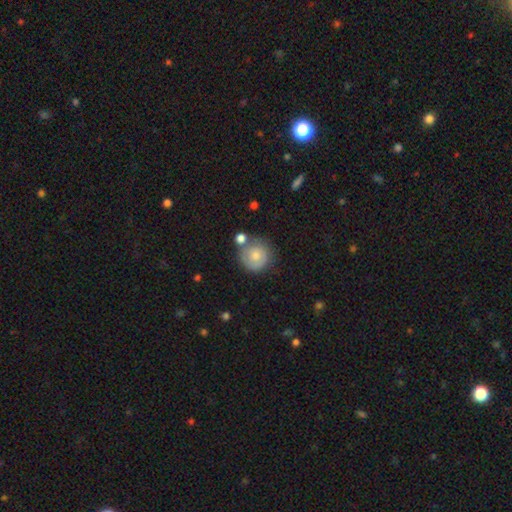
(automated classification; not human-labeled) A smooth galaxy with no disk features (67%) that is round (92%). Merging: none (62%).